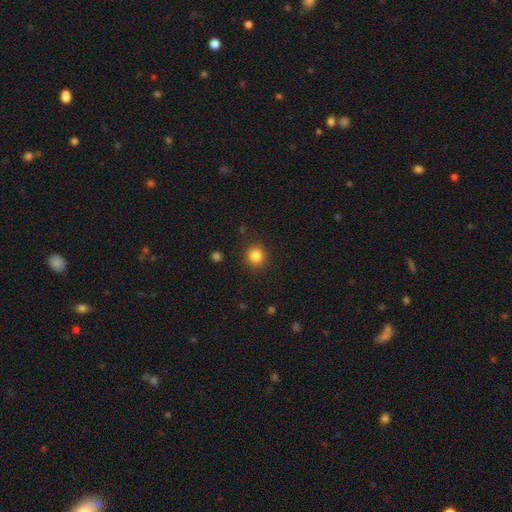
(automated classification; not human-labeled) This is clearly a smooth galaxy (84%). How rounded: clearly round (91%). Merging: clearly none (90%).